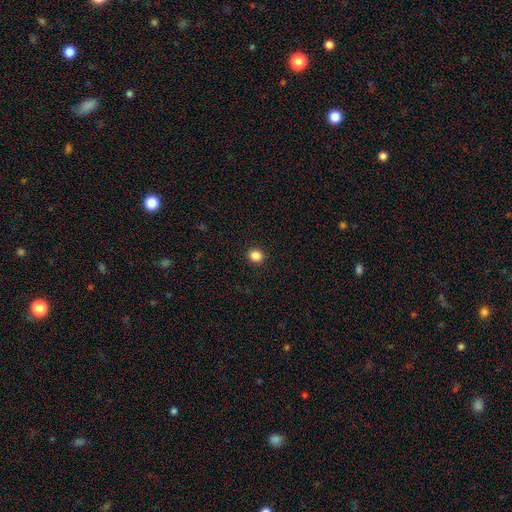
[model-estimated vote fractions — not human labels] smooth_or_featured: smooth (p=0.86) [alt: star or artifact p=0.11]
how_rounded: round (p=0.84) [alt: in between p=0.15]
merging: none (p=0.93) [alt: minor disturbance p=0.05]